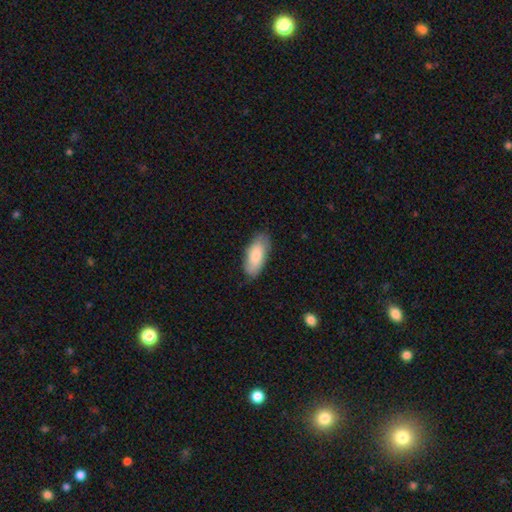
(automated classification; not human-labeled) Smooth or featured?
  - smooth: 81% *
  - featured or disk: 13%
  - star or artifact: 6%
How rounded?
  - in between: 87% *
  - cigar-shaped: 11%
  - round: 2%
Merging?
  - none: 79% *
  - minor disturbance: 17%
  - major disturbance: 3%
  - merger: 1%